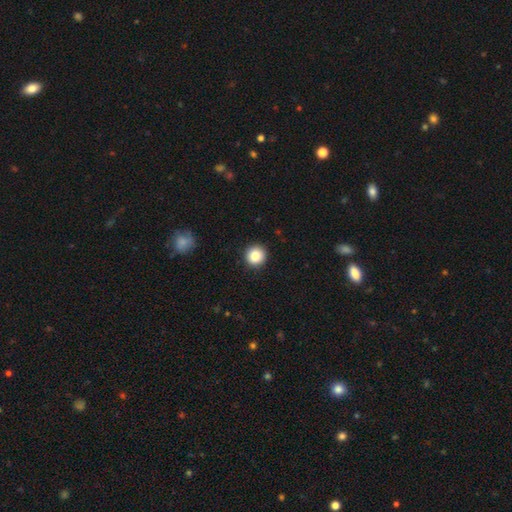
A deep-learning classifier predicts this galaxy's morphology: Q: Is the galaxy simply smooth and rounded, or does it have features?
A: smooth — 85%.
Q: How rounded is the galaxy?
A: round — 95%.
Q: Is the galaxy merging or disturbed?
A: none — 93%.